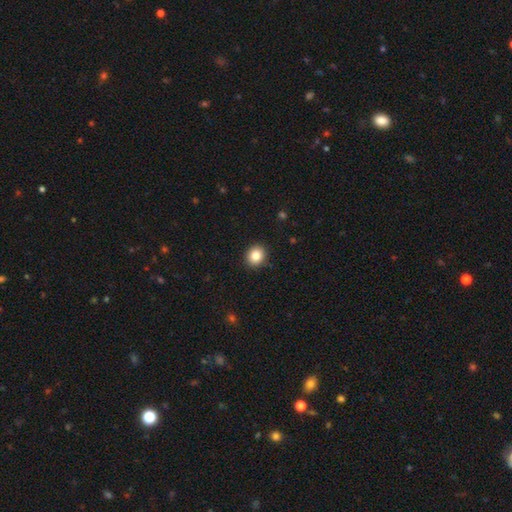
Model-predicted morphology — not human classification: Overall: smooth (84%). How rounded: round (76%). Merging: none (91%).